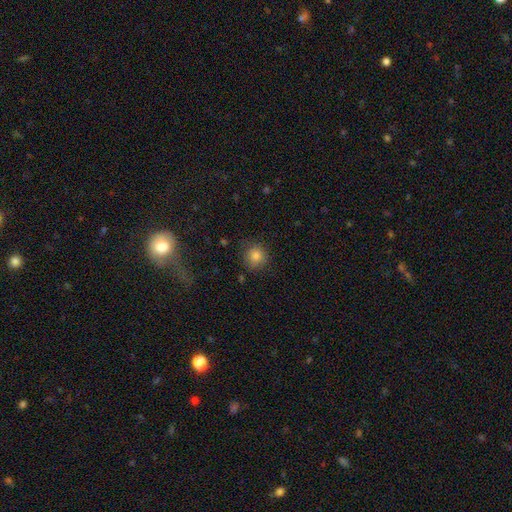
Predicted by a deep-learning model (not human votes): A smooth galaxy with no disk features (81%) that is round (91%). Merging: none (82%).